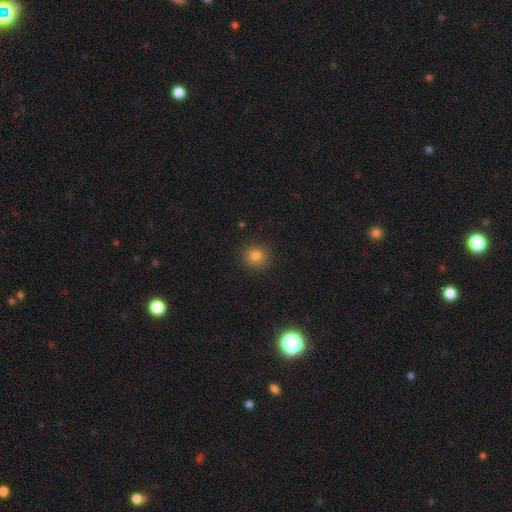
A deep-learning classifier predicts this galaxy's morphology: A smooth galaxy with no disk features (78%) that is round (89%).

Vote fractions:
- Smooth or featured? smooth: 78% / star or artifact: 13% / featured or disk: 8%
- How rounded? round: 89% / in between: 10% / cigar-shaped: 1%
- Merging? none: 88% / minor disturbance: 8% / major disturbance: 2% / merger: 1%